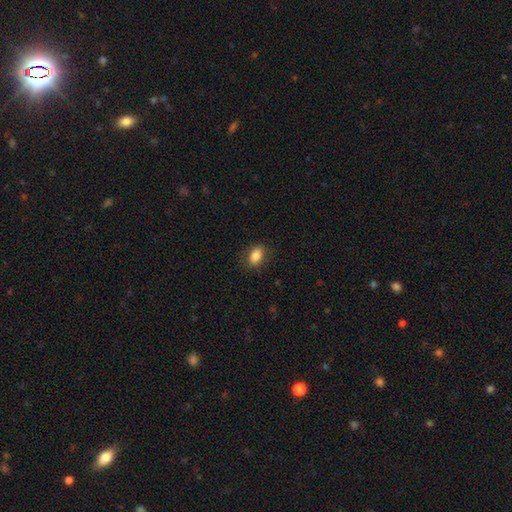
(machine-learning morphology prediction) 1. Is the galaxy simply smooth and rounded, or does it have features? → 86% smooth, 8% star or artifact, 6% featured or disk.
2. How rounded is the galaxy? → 85% in between, 12% round, 3% cigar-shaped.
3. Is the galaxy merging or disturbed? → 84% none, 12% minor disturbance, 3% major disturbance, 1% merger.